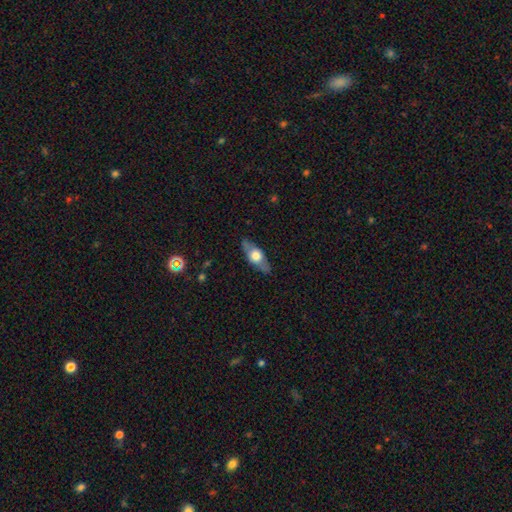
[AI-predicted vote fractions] A featured or disk galaxy (49%).

Vote fractions:
- Smooth or featured? featured or disk: 49% / smooth: 45% / star or artifact: 6%
- Merging? none: 83% / minor disturbance: 13% / major disturbance: 3% / merger: 1%